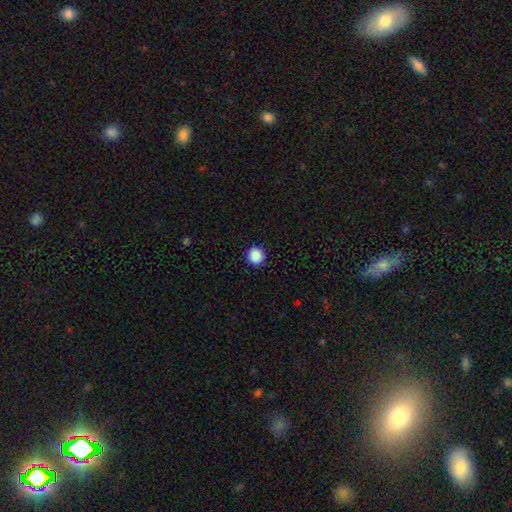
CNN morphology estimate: A smooth galaxy with no disk features (89%) that is round (95%).

Vote fractions:
- Smooth or featured? smooth: 89% / star or artifact: 9% / featured or disk: 2%
- How rounded? round: 95% / in between: 4% / cigar-shaped: 1%
- Merging? none: 93% / minor disturbance: 5% / major disturbance: 2% / merger: 1%